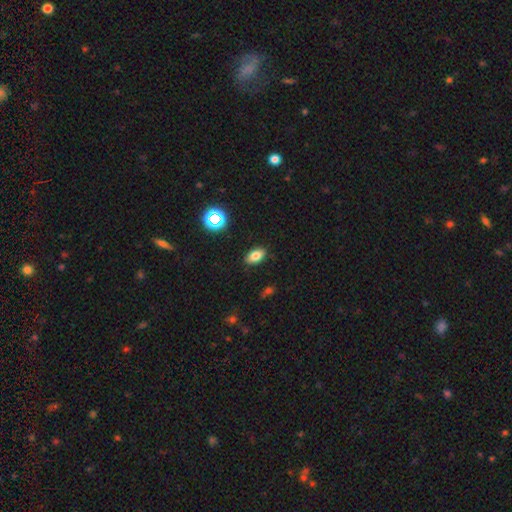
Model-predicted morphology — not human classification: Smooth or featured: smooth — 77% (star or artifact — 13%)
How rounded: in between — 89% (round — 8%)
Merging: none — 87% (minor disturbance — 9%)